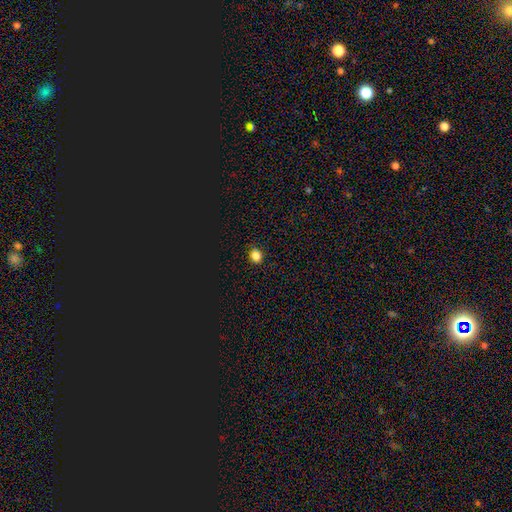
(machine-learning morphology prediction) A smooth galaxy with no disk features (81%) that is round (72%).

Vote fractions:
- Smooth or featured? smooth: 81% / star or artifact: 15% / featured or disk: 3%
- How rounded? round: 72% / in between: 27% / cigar-shaped: 1%
- Merging? none: 89% / minor disturbance: 8% / major disturbance: 2% / merger: 1%